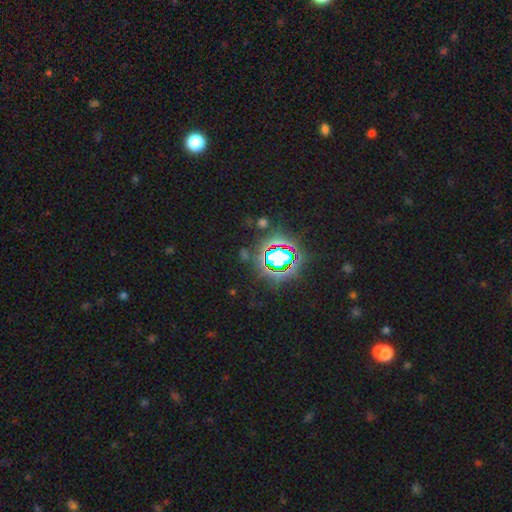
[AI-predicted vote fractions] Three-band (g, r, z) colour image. It shows a star or artifact, not a galaxy (82%).